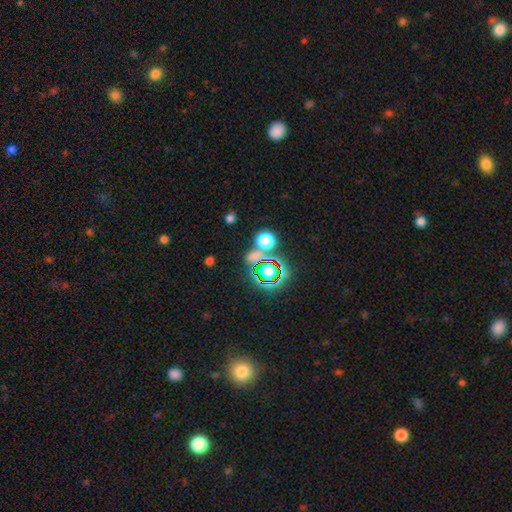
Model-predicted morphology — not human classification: A smooth galaxy with no disk features (47%).

Vote fractions:
- Smooth or featured? smooth: 47% / star or artifact: 44% / featured or disk: 9%
- Merging? none: 65% / merger: 21% / minor disturbance: 9% / major disturbance: 5%